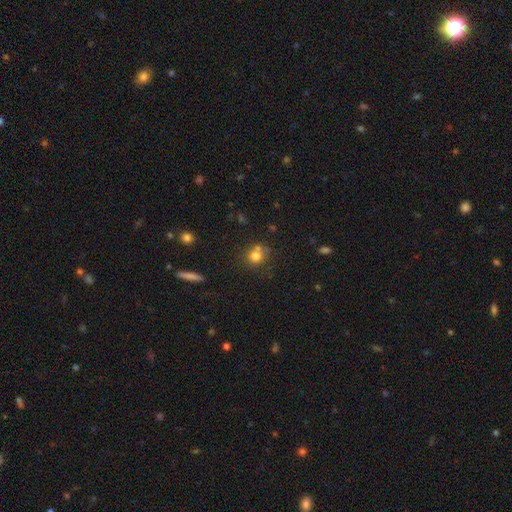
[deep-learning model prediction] smooth_or_featured: smooth (p=0.76) [alt: star or artifact p=0.13]
how_rounded: round (p=0.80) [alt: in between p=0.19]
merging: none (p=0.53) [alt: merger p=0.27]